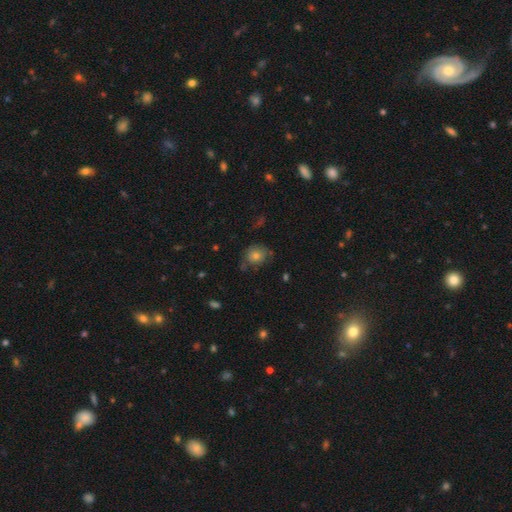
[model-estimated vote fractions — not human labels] The model was most divided on "merging": none: 66%, minor disturbance: 22%, major disturbance: 8%, merger: 4%. More confident: how rounded — round (71%); smooth or featured — smooth (66%).